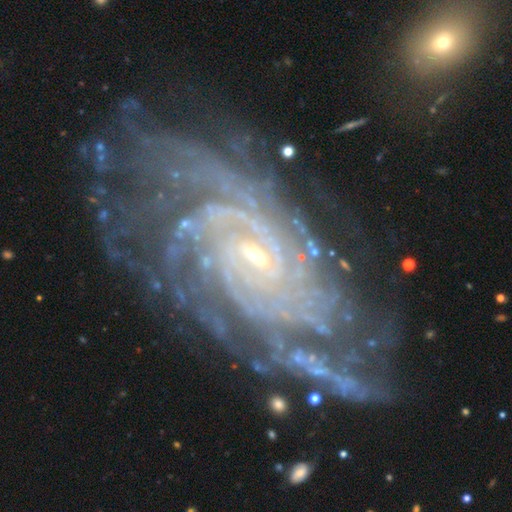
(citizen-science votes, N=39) Volunteers were most divided on "spiral arm count" (2-way tie): more than 4: 33%, can't tell: 33%, 3: 17%, 2: 11%, 4: 6%, 1: 0%. More confident: spiral arms — yes (100%); edge-on disk — no (97%); smooth or featured — featured or disk (95%); merging — none (81%); bulge size — small (78%); spiral winding — tight (61%); bar — no (58%).